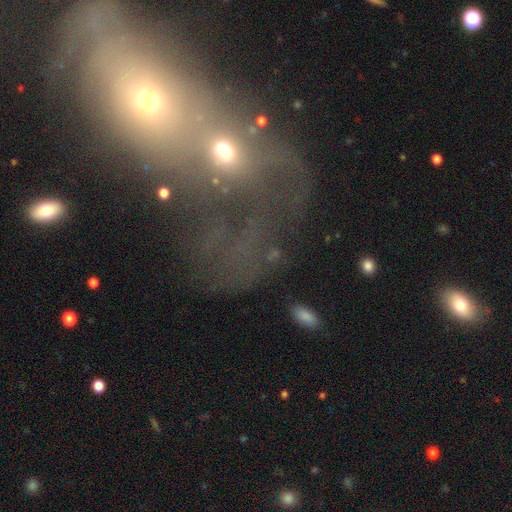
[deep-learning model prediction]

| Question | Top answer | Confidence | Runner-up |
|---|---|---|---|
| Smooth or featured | featured or disk | 37% | smooth (34%) |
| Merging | merger | 69% | major disturbance (13%) |